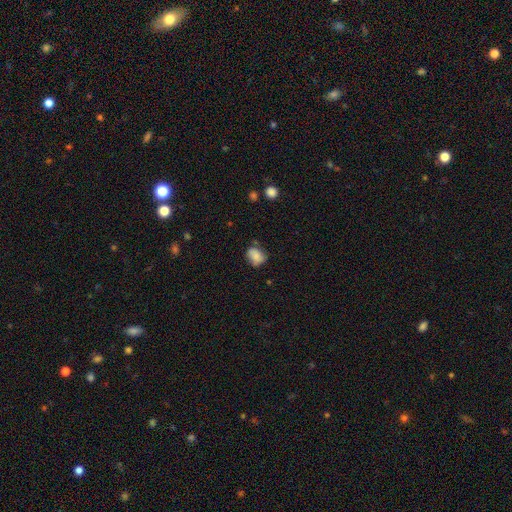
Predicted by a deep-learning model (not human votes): Smooth or featured?
  - smooth: 74% *
  - featured or disk: 16%
  - star or artifact: 10%
How rounded?
  - in between: 55% *
  - round: 44%
  - cigar-shaped: 1%
Merging?
  - none: 58% *
  - minor disturbance: 30%
  - major disturbance: 8%
  - merger: 4%